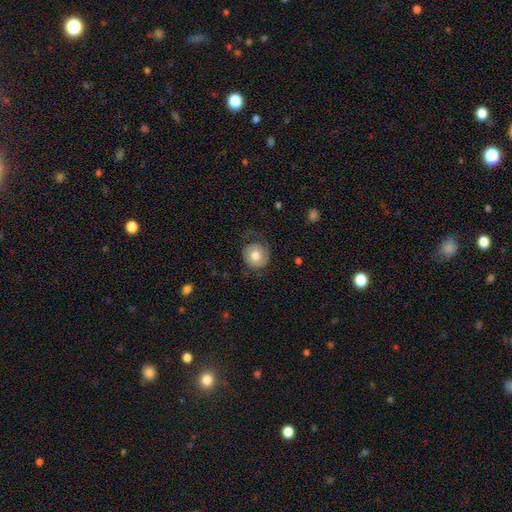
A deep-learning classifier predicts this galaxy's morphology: Q: Smooth or featured?
A: smooth (56%); runner-up: featured or disk (37%)
Q: How rounded?
A: round (85%); runner-up: in between (14%)
Q: Merging?
A: none (55%); runner-up: minor disturbance (23%)